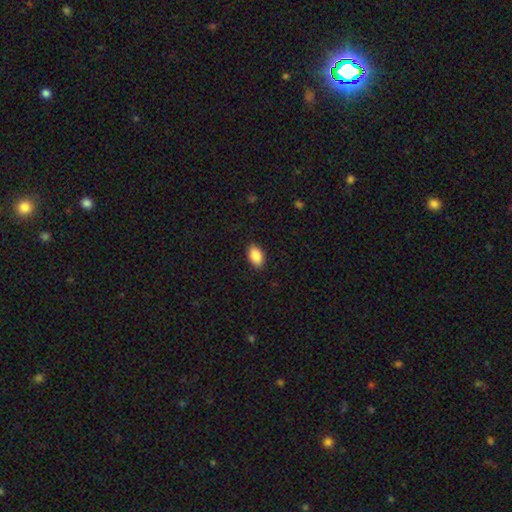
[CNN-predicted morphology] Overall: smooth (88%). How rounded: in between (91%). Merging: none (88%).